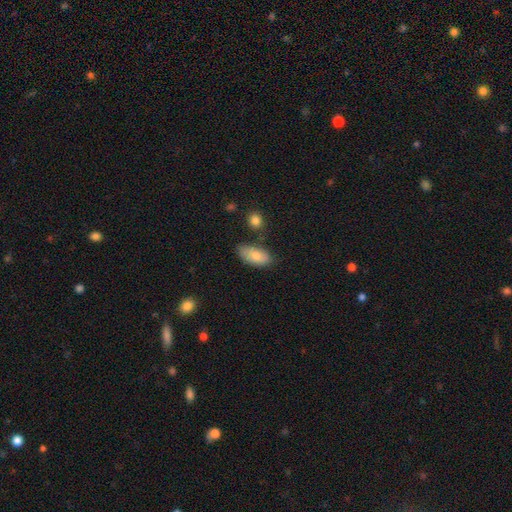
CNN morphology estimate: smooth 81%, featured or disk 13%, star or artifact 6%. Down the decision tree: how rounded — in between (92%); merging — none (70%).